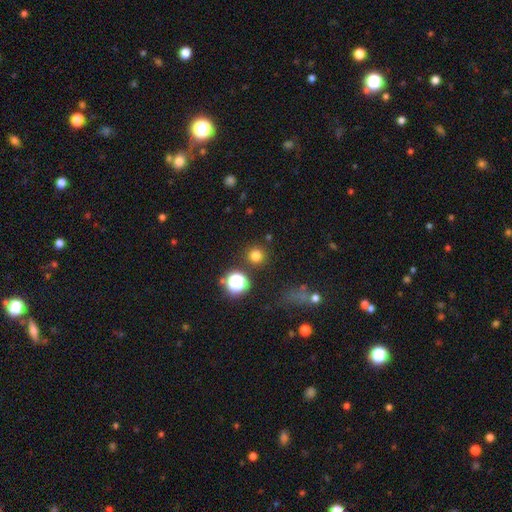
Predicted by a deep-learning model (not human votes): smooth-or-featured: smooth: 76% | star or artifact: 19% | featured or disk: 5%
  how-rounded: round: 95% | in between: 4% | cigar-shaped: 1%
  merging: none: 88% | minor disturbance: 6% | merger: 3% | major disturbance: 3%